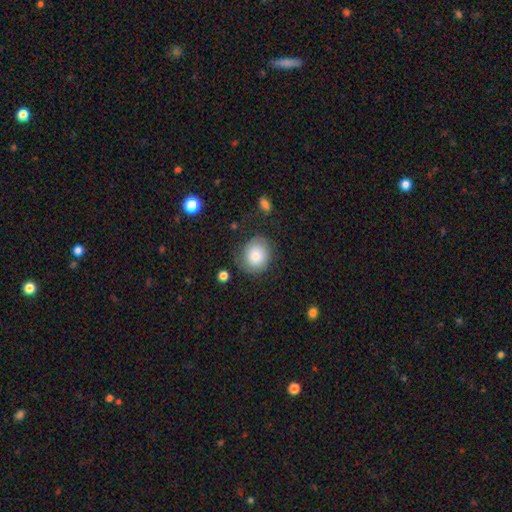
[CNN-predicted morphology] Smooth or featured? Predicted: smooth (p=0.78). How rounded? Predicted: round (p=0.75). Merging? Predicted: none (p=0.71).